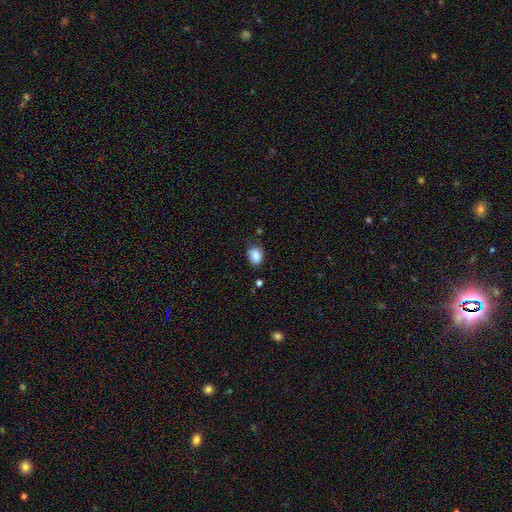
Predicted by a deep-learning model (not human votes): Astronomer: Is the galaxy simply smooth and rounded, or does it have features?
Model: smooth — 81%.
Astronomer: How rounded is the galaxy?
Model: in between — 59% (runner-up: round, 40%).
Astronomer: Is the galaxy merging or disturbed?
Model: none — 61%.